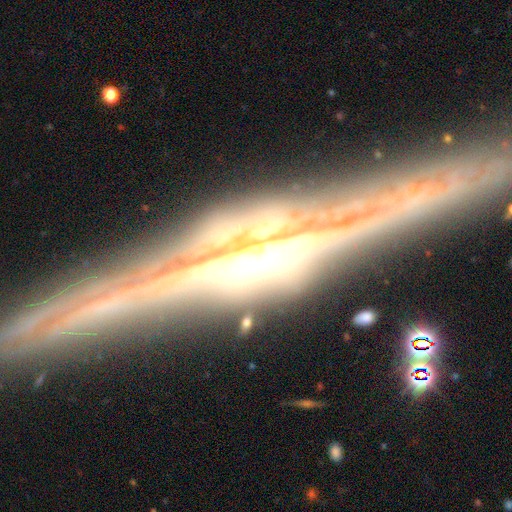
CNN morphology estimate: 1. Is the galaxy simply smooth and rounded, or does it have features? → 79% featured or disk, 11% smooth, 10% star or artifact.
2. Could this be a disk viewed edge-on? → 86% yes, 14% no.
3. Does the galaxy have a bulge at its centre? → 65% rounded, 19% none, 16% boxy.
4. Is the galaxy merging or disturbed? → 79% none, 12% minor disturbance, 5% major disturbance, 4% merger.